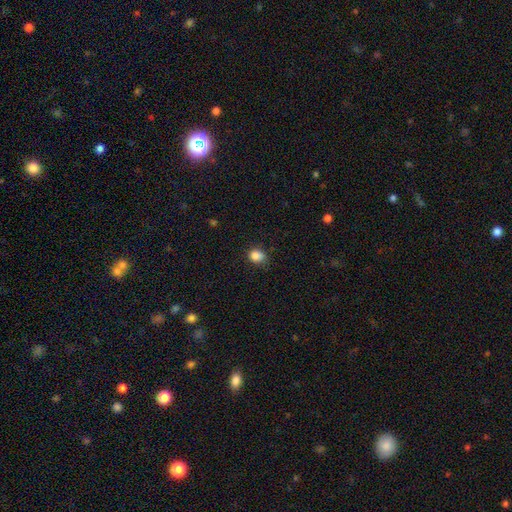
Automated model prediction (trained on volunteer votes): Q: Smooth or featured?
A: smooth (84%); runner-up: star or artifact (11%)
Q: How rounded?
A: round (63%); runner-up: in between (36%)
Q: Merging?
A: none (71%); runner-up: minor disturbance (22%)